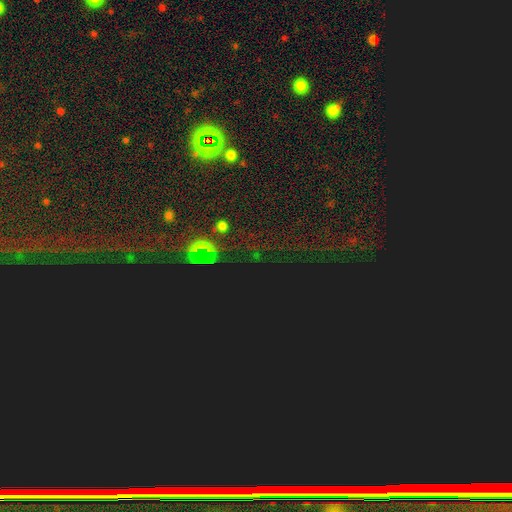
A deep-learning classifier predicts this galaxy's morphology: type=star or artifact (72%).